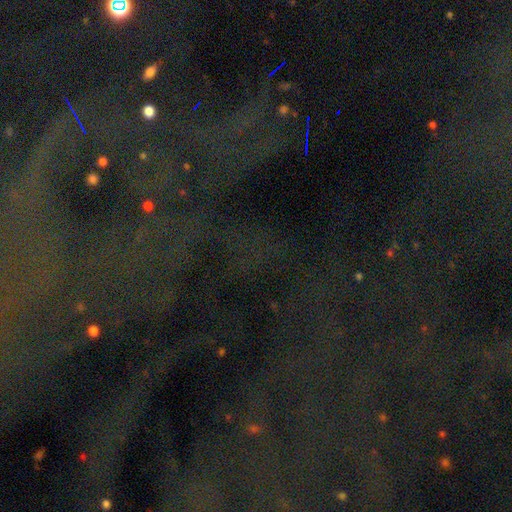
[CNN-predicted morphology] A star or artifact, not a galaxy (81%).

Vote fractions:
- Smooth or featured? star or artifact: 81% / smooth: 10% / featured or disk: 9%